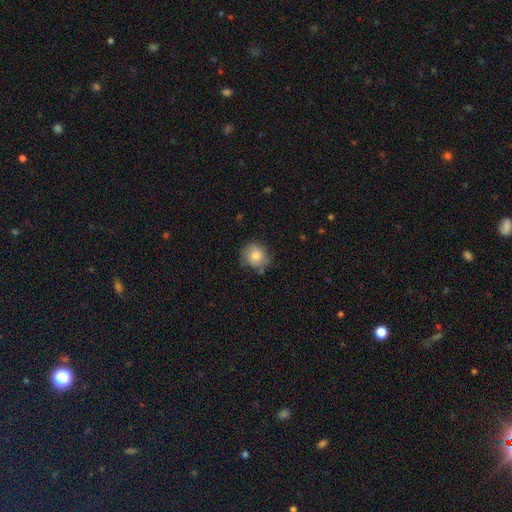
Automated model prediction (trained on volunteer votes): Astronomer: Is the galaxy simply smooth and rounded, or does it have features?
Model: smooth — 75%.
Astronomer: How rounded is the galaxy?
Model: round — 84%.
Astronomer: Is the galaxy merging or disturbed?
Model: none — 71%.